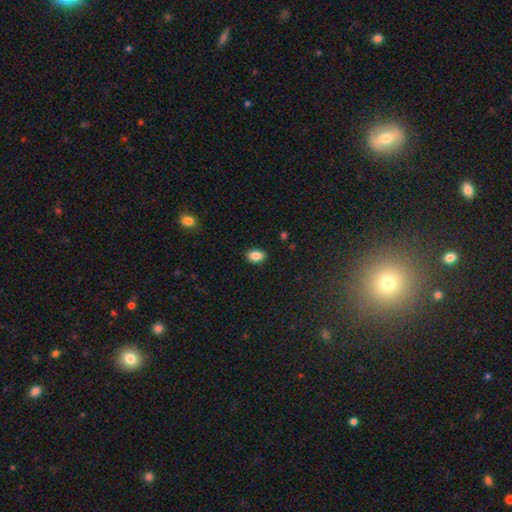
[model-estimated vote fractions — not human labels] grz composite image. It shows a smooth galaxy with no disk features (87%) that is in between round and cigar-shaped (86%). Merging: none (88%).